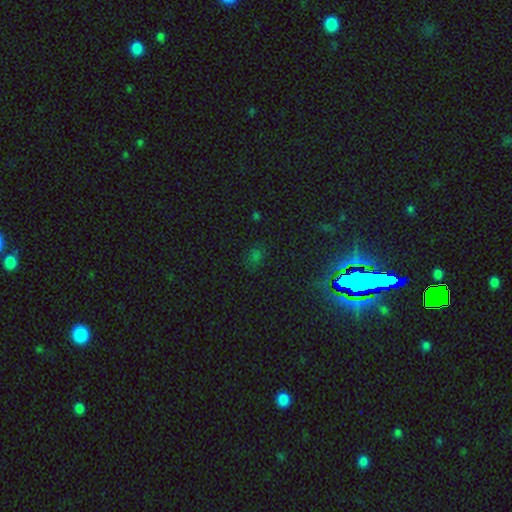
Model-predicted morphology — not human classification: Smooth or featured?
  - star or artifact: 56% *
  - smooth: 37%
  - featured or disk: 7%